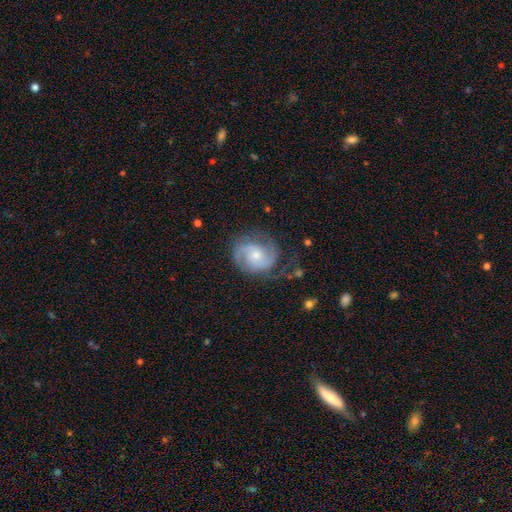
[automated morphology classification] smooth-or-featured: featured or disk: 84% | smooth: 11% | star or artifact: 6%
  disk-edge-on: no: 98% | yes: 2%
    bar: no: 61% | weak: 33% | strong: 5%
    has-spiral-arms: yes: 96% | no: 4%
      spiral-winding: medium: 48% | tight: 36% | loose: 15%
      spiral-arm-count: 2: 77% | can't tell: 8% | 3: 8% | 1: 3% | 4: 2% | more than 4: 2%
    bulge-size: small: 53% | moderate: 40% | large: 3% | none: 3% | dominant: 1%
  merging: none: 65% | minor disturbance: 21% | major disturbance: 13% | merger: 2%